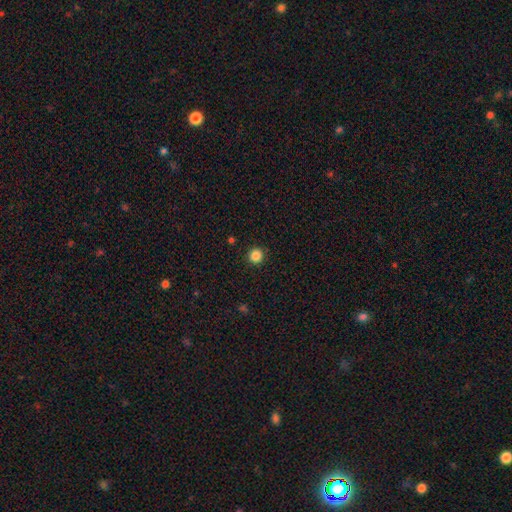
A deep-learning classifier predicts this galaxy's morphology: A smooth galaxy with no disk features (86%) that is round (95%).

Vote fractions:
- Smooth or featured? smooth: 86% / star or artifact: 11% / featured or disk: 3%
- How rounded? round: 95% / in between: 4% / cigar-shaped: 1%
- Merging? none: 92% / minor disturbance: 5% / major disturbance: 2% / merger: 1%